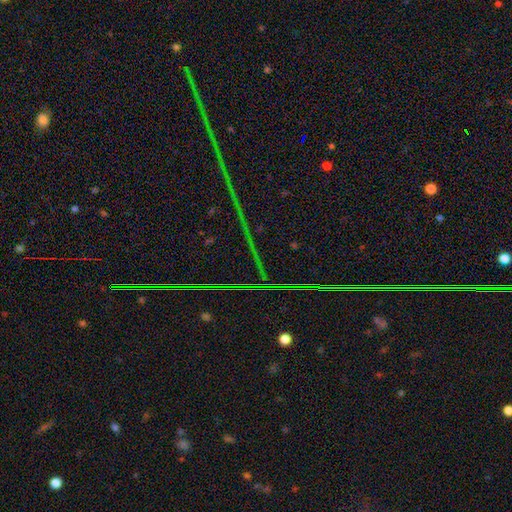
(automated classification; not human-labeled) Smooth or featured? Predicted: star or artifact (p=0.86).